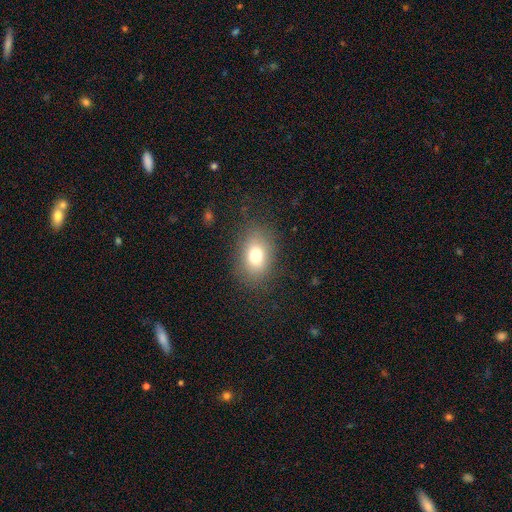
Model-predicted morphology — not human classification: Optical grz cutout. It shows a smooth galaxy with no disk features (75%) that is in between round and cigar-shaped (71%). Merging: none (81%).